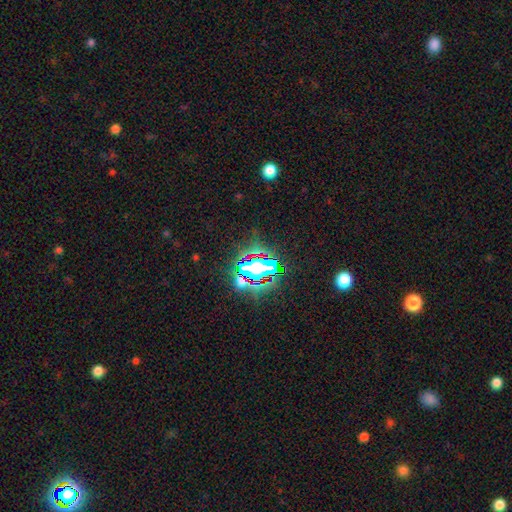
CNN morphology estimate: Q: Smooth or featured?
A: star or artifact (82%); runner-up: smooth (11%)